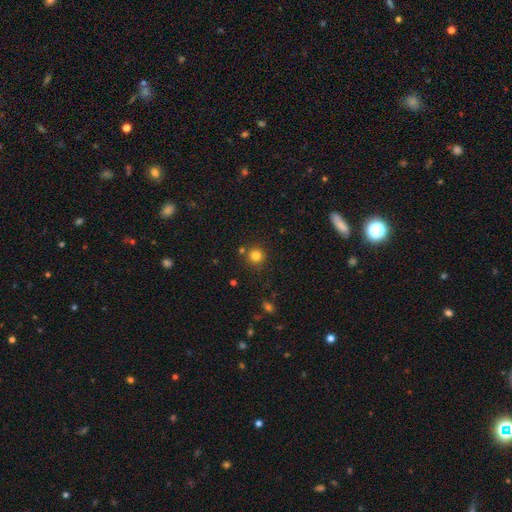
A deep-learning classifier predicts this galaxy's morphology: smooth_or_featured: smooth (p=0.81) [alt: star or artifact p=0.13]
how_rounded: round (p=0.94) [alt: in between p=0.05]
merging: none (p=0.83) [alt: minor disturbance p=0.08]